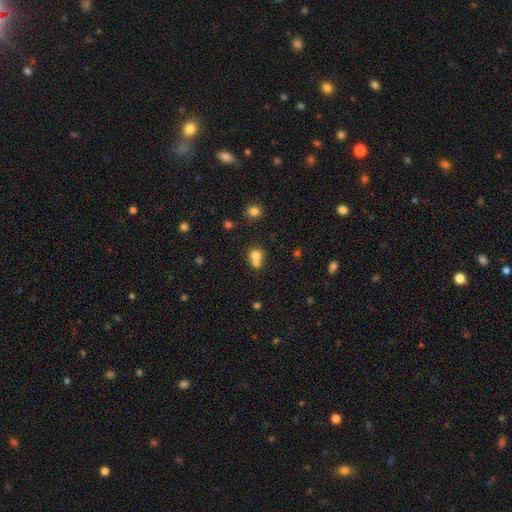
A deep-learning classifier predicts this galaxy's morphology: type=smooth (75%); roundness=round (81%); merging=merger (56%).